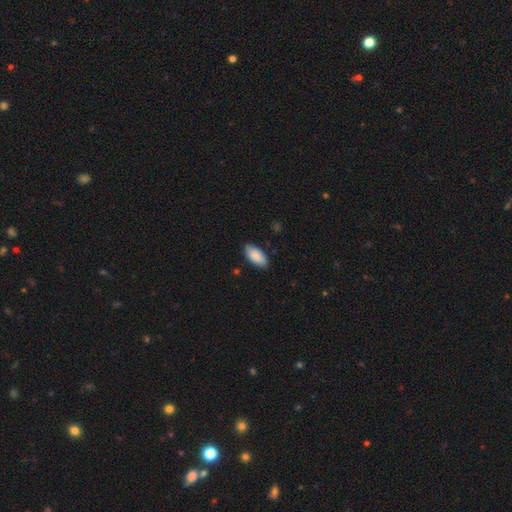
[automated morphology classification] type=smooth (88%); roundness=in between (93%); merging=none (86%).